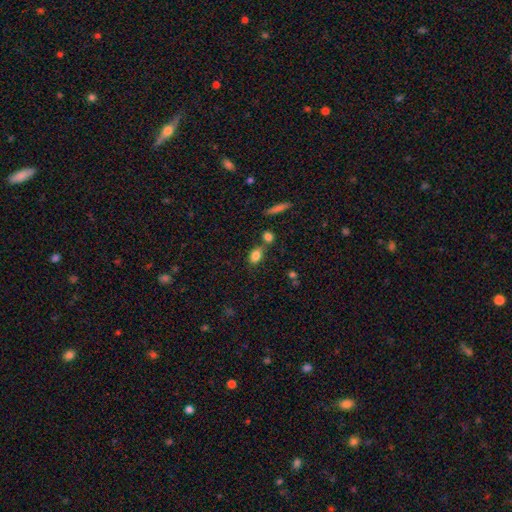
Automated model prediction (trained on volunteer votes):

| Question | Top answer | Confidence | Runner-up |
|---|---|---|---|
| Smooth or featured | smooth | 82% | star or artifact (9%) |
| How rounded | in between | 80% | round (15%) |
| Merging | none | 60% | merger (22%) |